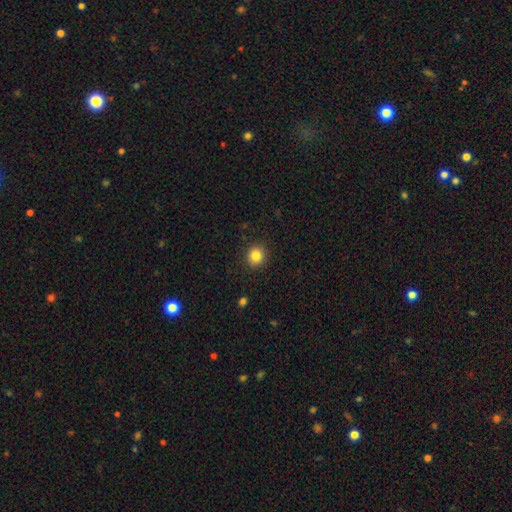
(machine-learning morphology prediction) The model was most divided on "smooth or featured": smooth: 84%, star or artifact: 11%, featured or disk: 5%. More confident: merging — none (91%); how rounded — round (87%).